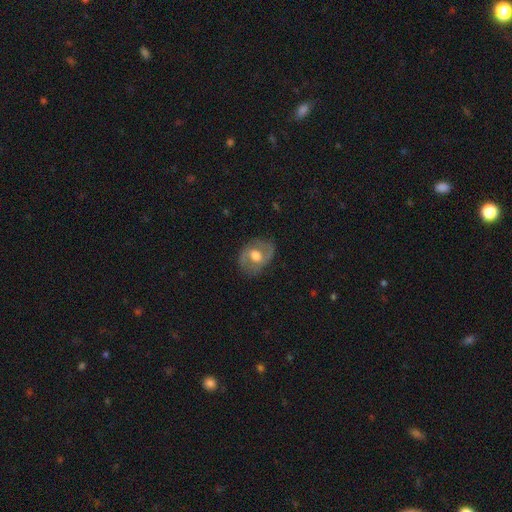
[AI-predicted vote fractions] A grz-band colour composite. It shows a featured or disk galaxy (54%) with no bar (62%), no spiral arms (55%) and a moderate central bulge (53%). Merging: none (75%).